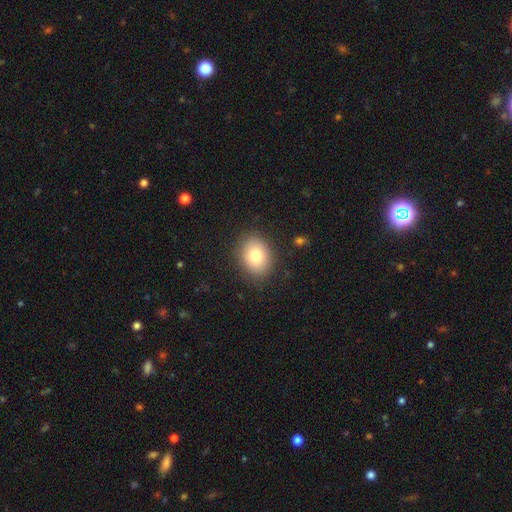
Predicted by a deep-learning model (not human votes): Smooth or featured: smooth — 80% (featured or disk — 11%)
How rounded: in between — 62% (round — 37%)
Merging: none — 86% (minor disturbance — 10%)